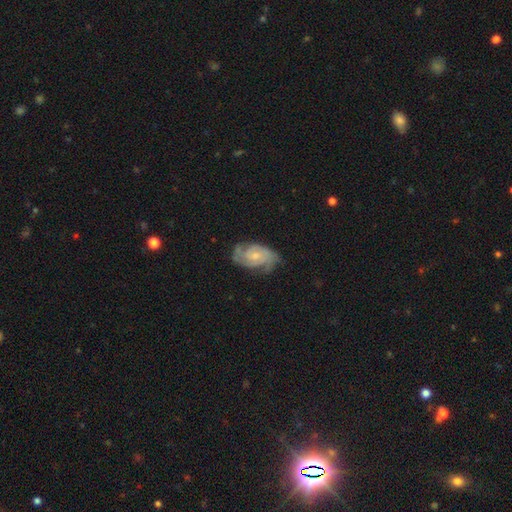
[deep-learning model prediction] smooth_or_featured: featured or disk (p=0.81) [alt: smooth p=0.13]
disk_edge_on: no (p=0.97) [alt: yes p=0.03]
bar: no (p=0.65) [alt: weak p=0.31]
has_spiral_arms: yes (p=0.95) [alt: no p=0.05]
spiral_winding: tight (p=0.51) [alt: medium p=0.39]
spiral_arm_count: 2 (p=0.48) [alt: can't tell p=0.21]
bulge_size: small (p=0.59) [alt: moderate p=0.31]
merging: none (p=0.68) [alt: minor disturbance p=0.22]